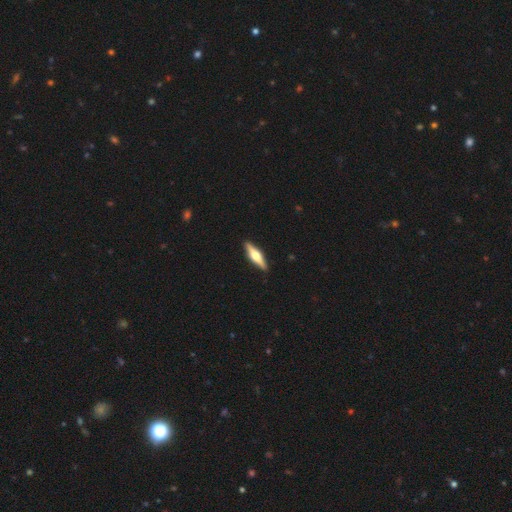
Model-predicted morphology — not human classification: Smooth or featured?
  - featured or disk: 63% *
  - smooth: 32%
  - star or artifact: 5%
Edge-on disk?
  - yes: 97% *
  - no: 3%
Edge-on bulge?
  - rounded: 93% *
  - boxy: 5%
  - none: 2%
Merging?
  - none: 91% *
  - minor disturbance: 6%
  - major disturbance: 1%
  - merger: 1%